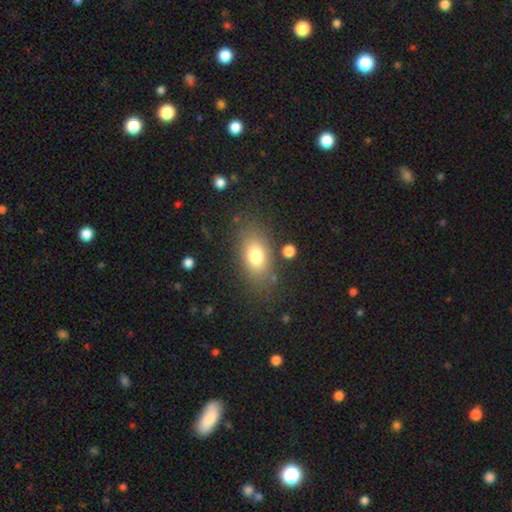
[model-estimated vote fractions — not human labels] A smooth galaxy with no disk features (75%) that is in between round and cigar-shaped (82%).

Vote fractions:
- Smooth or featured? smooth: 75% / featured or disk: 14% / star or artifact: 11%
- How rounded? in between: 82% / round: 15% / cigar-shaped: 3%
- Merging? none: 78% / minor disturbance: 12% / major disturbance: 6% / merger: 3%